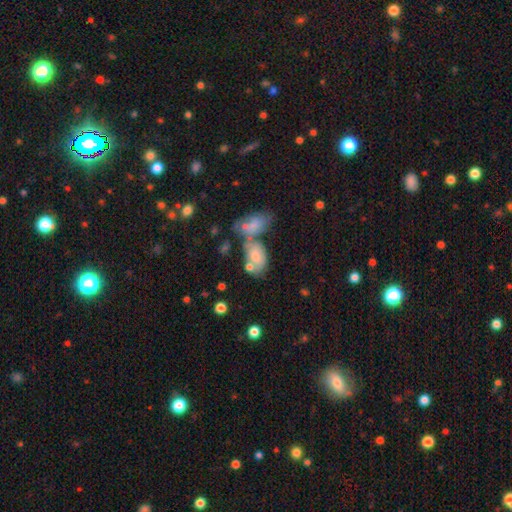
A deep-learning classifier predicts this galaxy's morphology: smooth_or_featured: smooth (p=0.68) [alt: featured or disk p=0.24]
how_rounded: in between (p=0.89) [alt: round p=0.09]
merging: merger (p=0.47) [alt: none p=0.30]